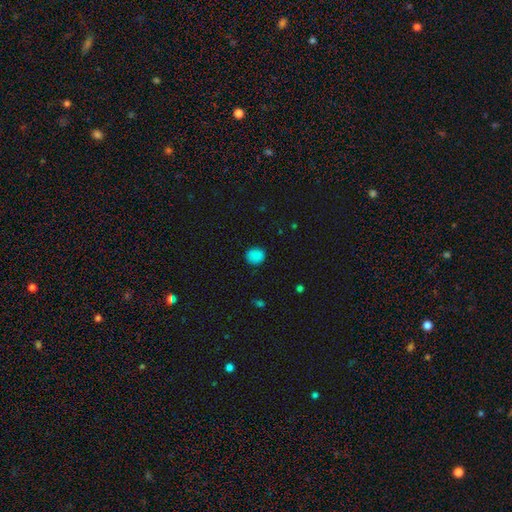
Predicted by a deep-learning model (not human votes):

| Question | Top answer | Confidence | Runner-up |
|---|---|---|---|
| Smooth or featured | smooth | 86% | star or artifact (10%) |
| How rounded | round | 81% | in between (18%) |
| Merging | none | 85% | minor disturbance (11%) |